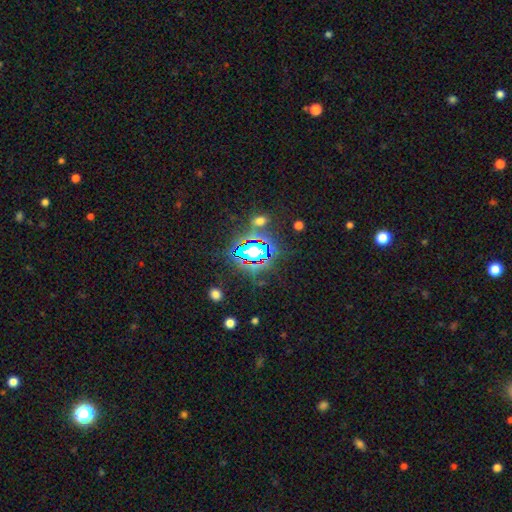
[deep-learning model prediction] The model was most divided on "smooth or featured": star or artifact: 69%, smooth: 19%, featured or disk: 12%.